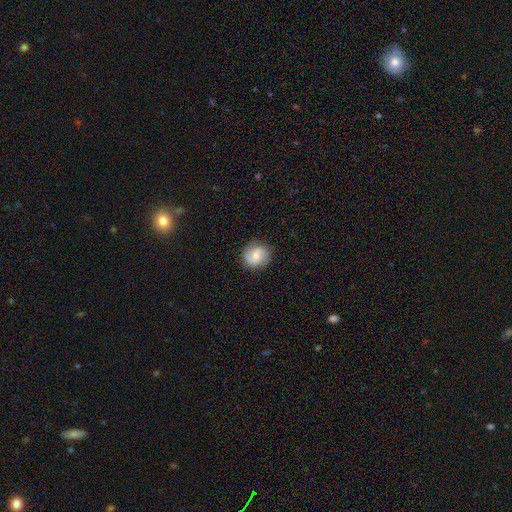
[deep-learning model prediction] featured or disk 64%, smooth 29%, star or artifact 7%. Down the decision tree: edge-on disk — no (98%); bar — weak (47%); spiral arms — yes (93%); spiral arm count — 2 (88%); spiral winding — medium (47%); bulge size — moderate (47%); merging — none (86%).